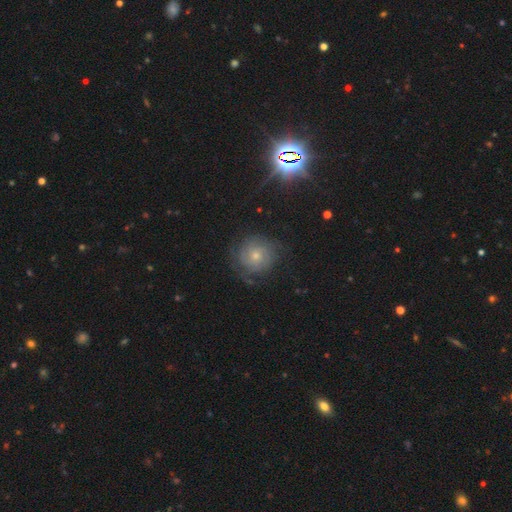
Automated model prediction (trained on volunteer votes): Q: Smooth or featured?
A: featured or disk (54%); runner-up: smooth (34%)
Q: Edge-on disk?
A: no (97%); runner-up: yes (3%)
Q: Bar?
A: no (82%); runner-up: weak (15%)
Q: Spiral arms?
A: yes (81%); runner-up: no (19%)
Q: Bulge size?
A: small (59%); runner-up: moderate (35%)
Q: Merging?
A: none (69%); runner-up: minor disturbance (19%)